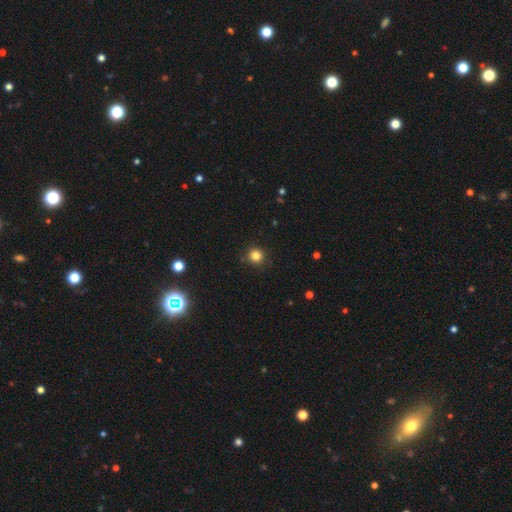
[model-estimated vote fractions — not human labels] Smooth or featured? smooth (82%)
How rounded? round (94%)
Merging? none (90%)